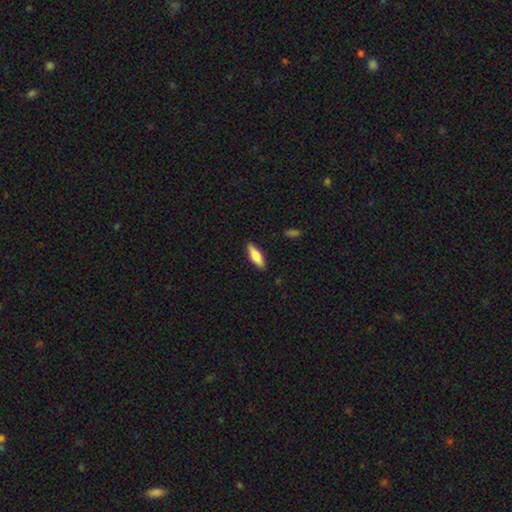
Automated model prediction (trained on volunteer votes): This appears to be a smooth galaxy with no disk features (74%) that is in between round and cigar-shaped (58%). Merging: none (88%).